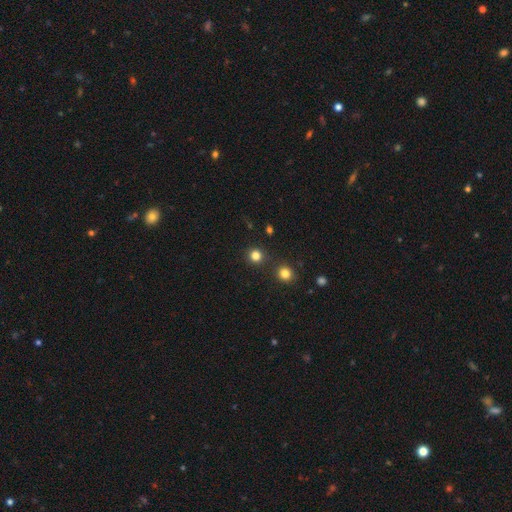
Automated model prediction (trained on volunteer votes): Overall: smooth (80%). How rounded: round (93%). Merging: none (86%).